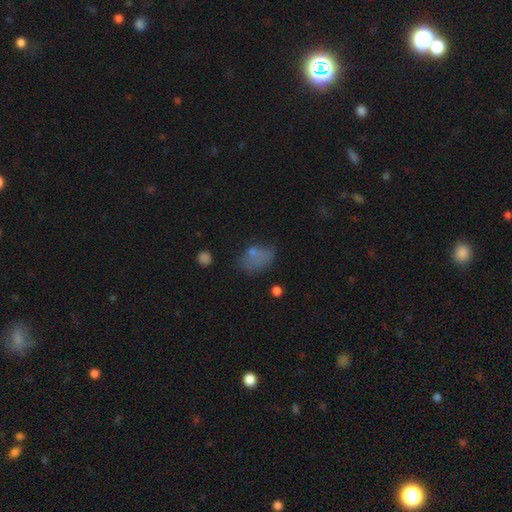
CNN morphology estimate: The model was most divided on "merging": none: 43%, minor disturbance: 28%, major disturbance: 20%, merger: 9%. More confident: how rounded — in between (83%); smooth or featured — smooth (70%).